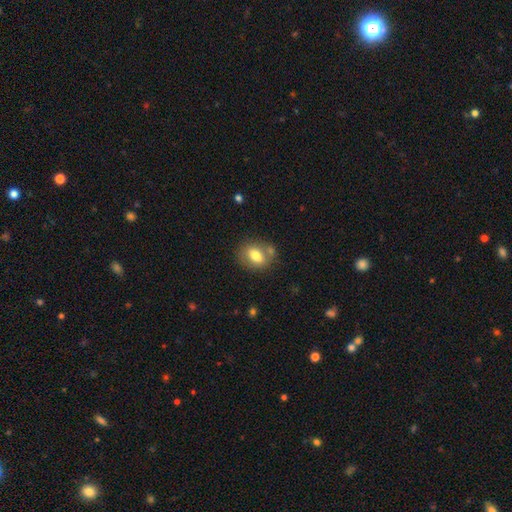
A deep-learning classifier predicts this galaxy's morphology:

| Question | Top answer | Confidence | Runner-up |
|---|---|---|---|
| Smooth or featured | smooth | 74% | featured or disk (18%) |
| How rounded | in between | 69% | round (30%) |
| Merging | none | 64% | merger (16%) |